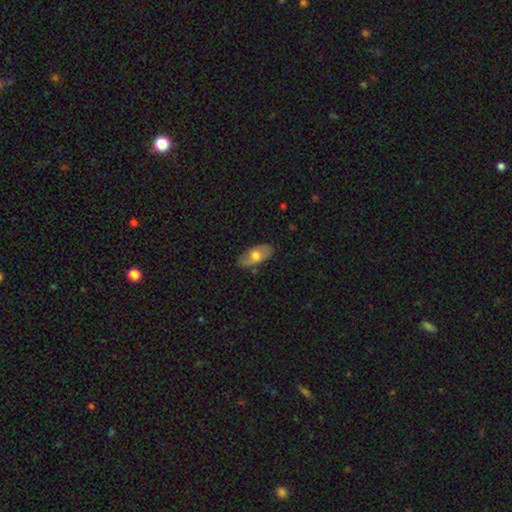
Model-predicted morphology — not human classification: type=smooth (64%); roundness=in between (91%); merging=none (76%).